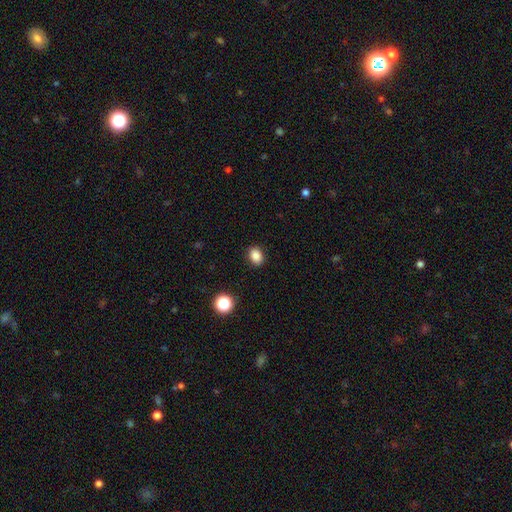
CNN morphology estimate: smooth 85%, star or artifact 11%, featured or disk 5%. Down the decision tree: how rounded — in between (64%); merging — none (89%).